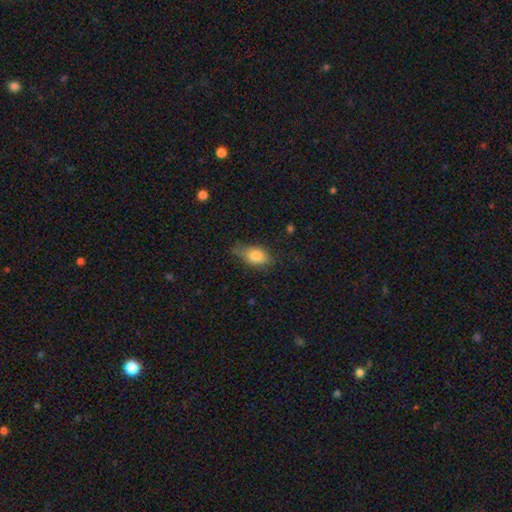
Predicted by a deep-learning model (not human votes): Q: Smooth or featured?
A: smooth (76%); runner-up: featured or disk (15%)
Q: How rounded?
A: in between (82%); runner-up: round (11%)
Q: Merging?
A: none (57%); runner-up: minor disturbance (32%)